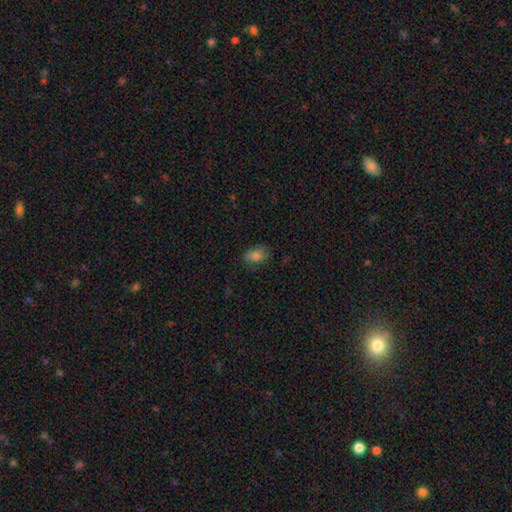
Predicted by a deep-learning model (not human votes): Smooth or featured: smooth — 80% (star or artifact — 11%)
How rounded: in between — 78% (round — 20%)
Merging: none — 76% (minor disturbance — 18%)